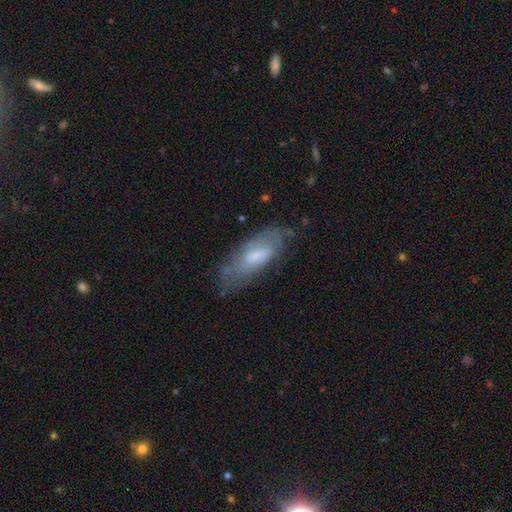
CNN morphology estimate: This appears to be a smooth galaxy with no disk features (50%). Merging: none (63%).